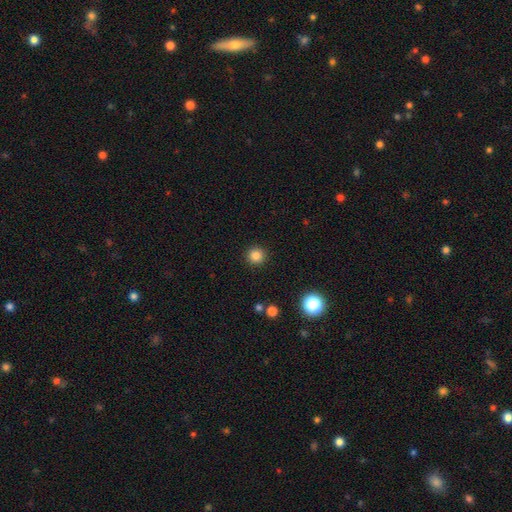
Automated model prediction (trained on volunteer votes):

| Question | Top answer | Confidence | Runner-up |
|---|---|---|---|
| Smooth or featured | smooth | 84% | star or artifact (12%) |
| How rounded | round | 94% | in between (5%) |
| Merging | none | 92% | minor disturbance (5%) |